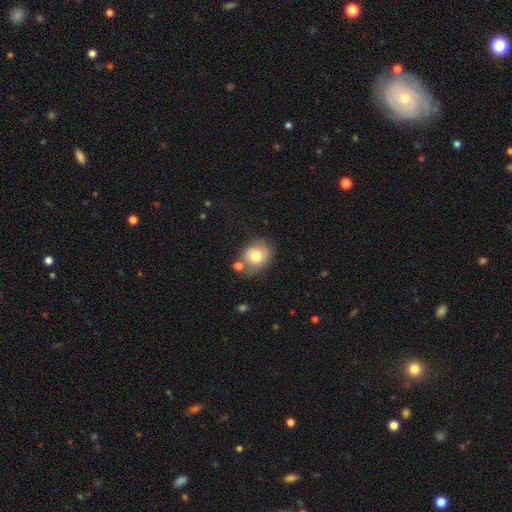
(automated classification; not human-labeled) This is likely a smooth galaxy (76%). How rounded: possibly round (54%). Merging: possibly none (57%).